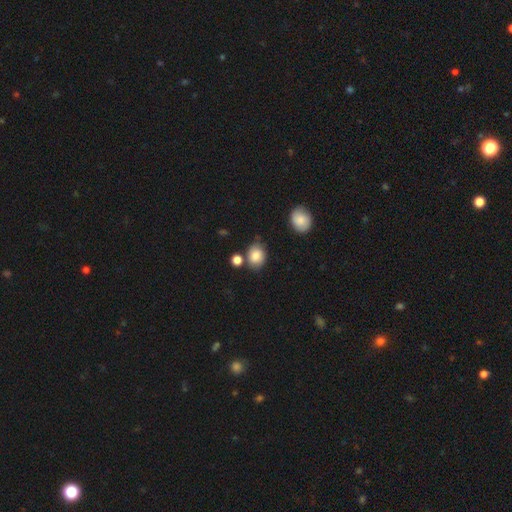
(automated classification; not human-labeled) Q: Smooth or featured?
A: smooth (84%); runner-up: star or artifact (9%)
Q: How rounded?
A: round (54%); runner-up: in between (45%)
Q: Merging?
A: none (66%); runner-up: minor disturbance (18%)